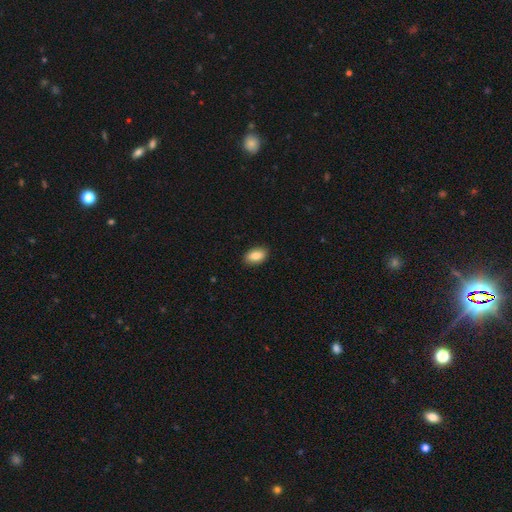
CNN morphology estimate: Smooth or featured? Predicted: smooth (p=0.86). How rounded? Predicted: in between (p=0.92). Merging? Predicted: none (p=0.90).